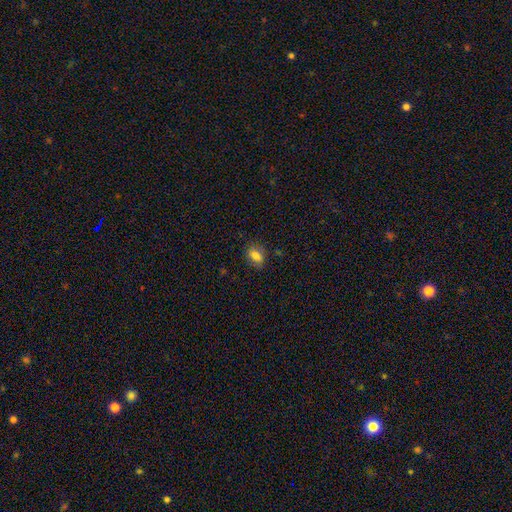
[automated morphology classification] Smooth or featured? smooth (79%)
How rounded? in between (76%)
Merging? none (82%)